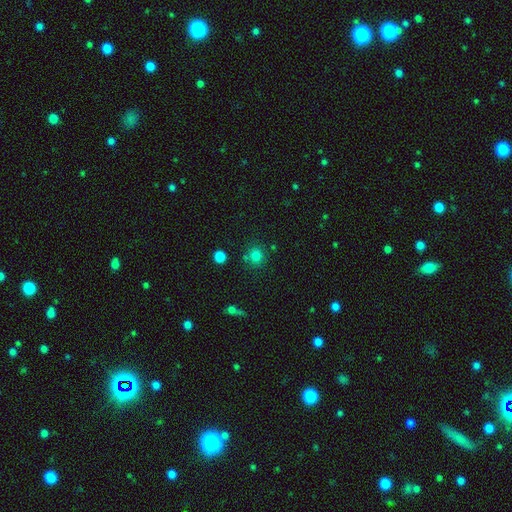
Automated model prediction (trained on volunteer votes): Smooth or featured? smooth (79%)
How rounded? round (88%)
Merging? none (77%)